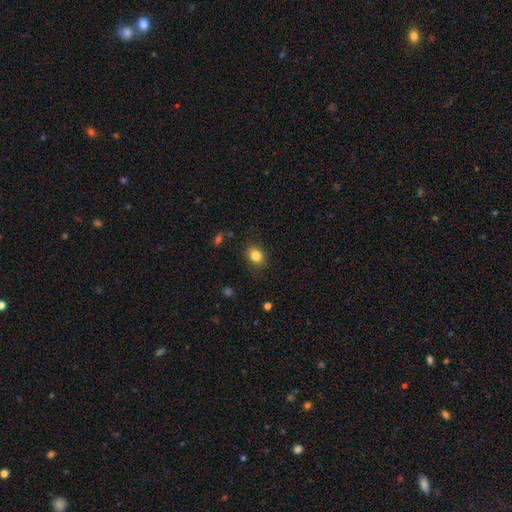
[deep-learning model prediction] Smooth or featured: smooth — 83% (star or artifact — 10%)
How rounded: in between — 56% (round — 43%)
Merging: none — 84% (minor disturbance — 11%)